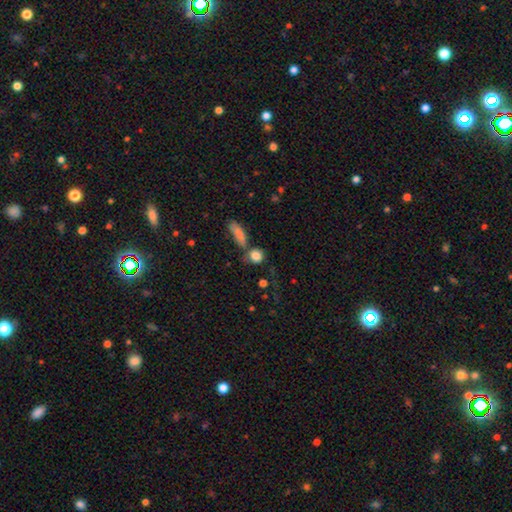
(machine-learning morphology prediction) Smooth or featured? Predicted: smooth (p=0.83). How rounded? Predicted: round (p=0.81). Merging? Predicted: none (p=0.60).